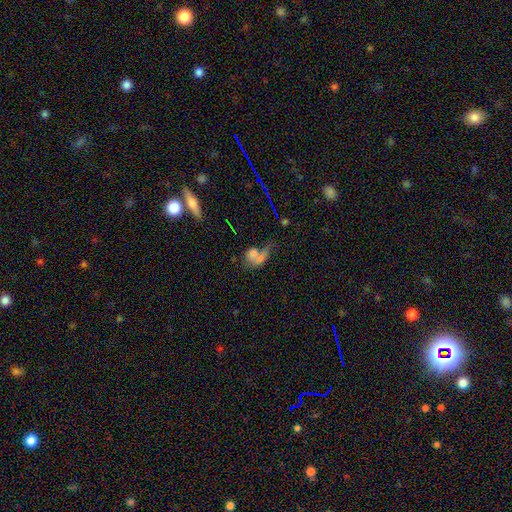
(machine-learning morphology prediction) Smooth or featured: smooth — 63% (featured or disk — 22%)
How rounded: in between — 49% (round — 44%)
Merging: merger — 49% (none — 27%)